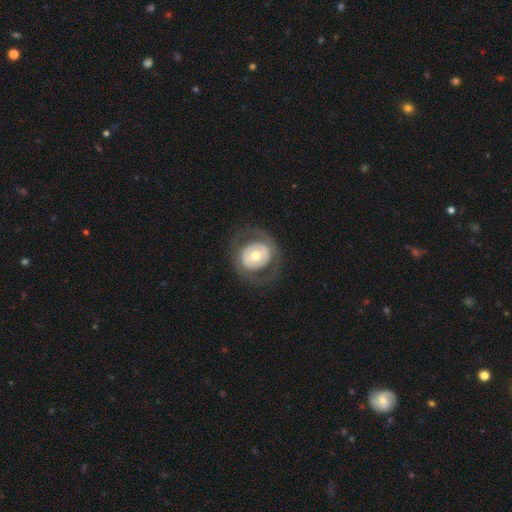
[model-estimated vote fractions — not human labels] Overall: featured or disk (55%; smooth 39%). Edge-on disk: no (95%). Bar: no (76%). Spiral arms: no (77%). Bulge size: moderate (68%). Merging: none (76%).